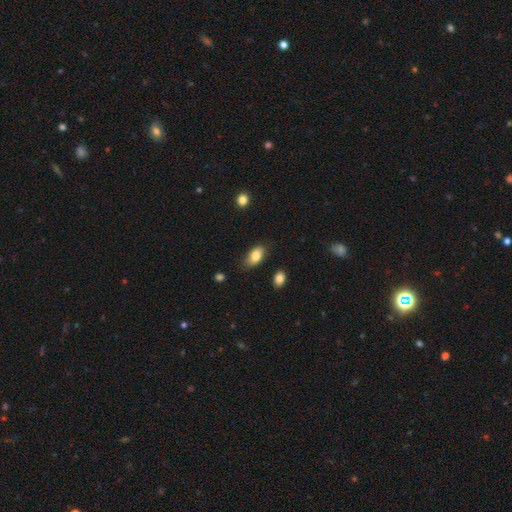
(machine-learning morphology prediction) This is clearly a smooth galaxy (84%). How rounded: clearly in between (92%). Merging: likely none (77%).